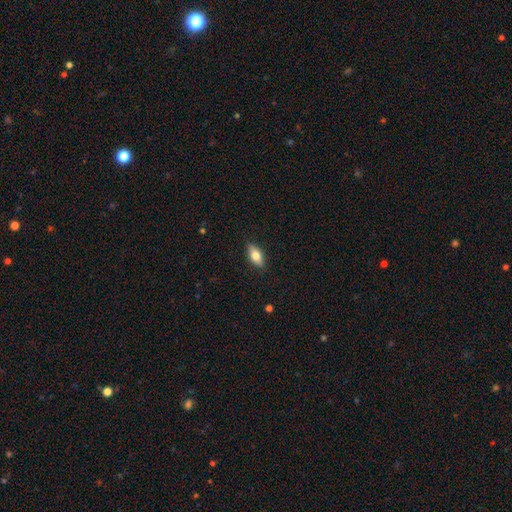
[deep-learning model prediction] The model was most divided on "smooth or featured": smooth: 68%, featured or disk: 25%, star or artifact: 7%. More confident: merging — none (87%); how rounded — in between (80%).